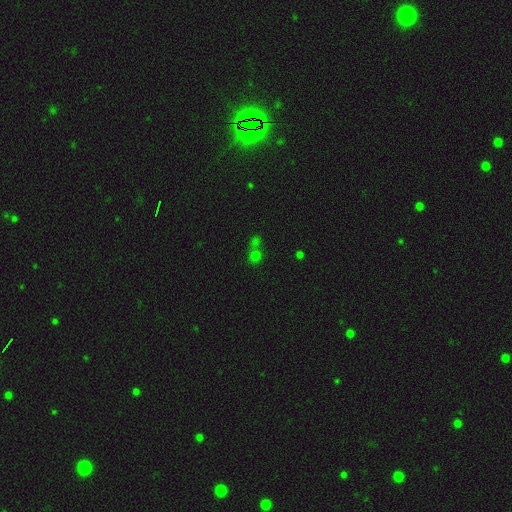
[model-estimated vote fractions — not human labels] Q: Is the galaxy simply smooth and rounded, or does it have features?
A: smooth — 59%.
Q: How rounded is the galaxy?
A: round — 81%.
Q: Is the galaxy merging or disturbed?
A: none — 48%.